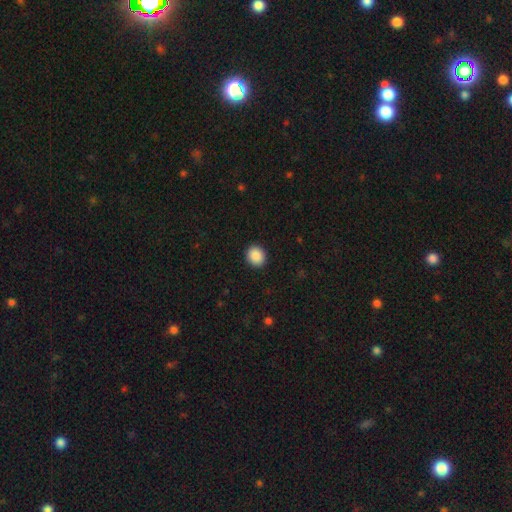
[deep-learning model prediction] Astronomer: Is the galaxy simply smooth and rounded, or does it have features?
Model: smooth — 89%.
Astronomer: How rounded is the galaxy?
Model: round — 79%.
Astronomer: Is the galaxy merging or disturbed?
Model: none — 92%.